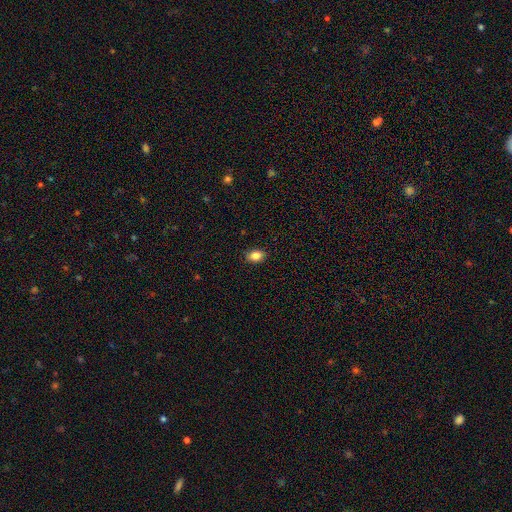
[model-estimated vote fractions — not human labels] Smooth or featured?
  - smooth: 85% *
  - star or artifact: 9%
  - featured or disk: 6%
How rounded?
  - in between: 79% *
  - round: 20%
  - cigar-shaped: 1%
Merging?
  - none: 88% *
  - minor disturbance: 9%
  - major disturbance: 2%
  - merger: 1%